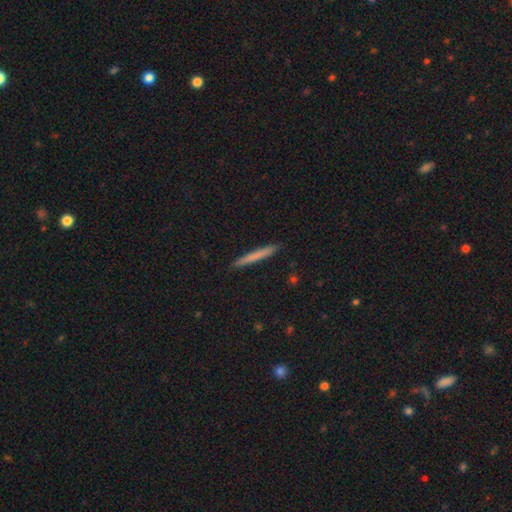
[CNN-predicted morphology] smooth 71%, featured or disk 23%, star or artifact 6%. Down the decision tree: how rounded — cigar-shaped (97%); merging — none (92%).